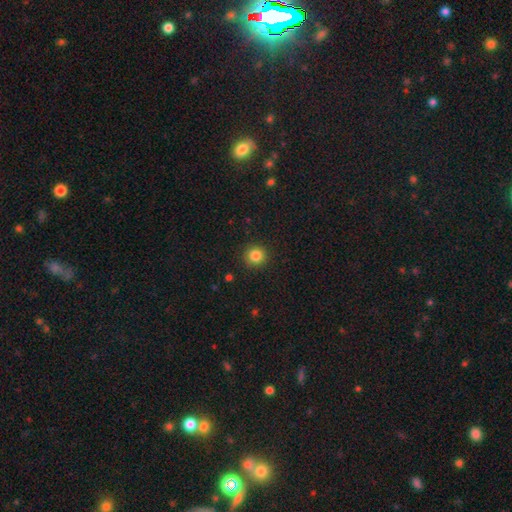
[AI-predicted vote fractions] The model was most divided on "smooth or featured": smooth: 85%, star or artifact: 11%, featured or disk: 4%. More confident: how rounded — round (93%); merging — none (91%).